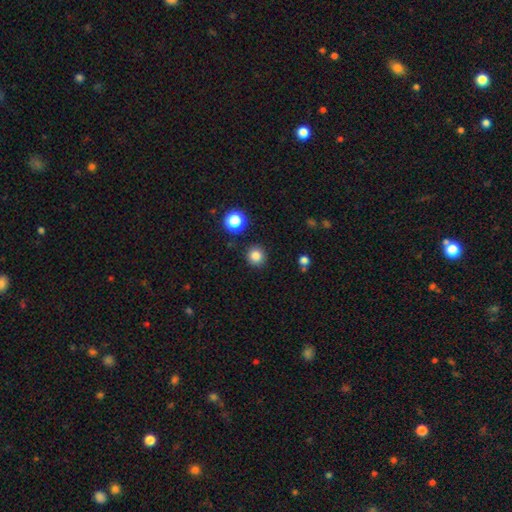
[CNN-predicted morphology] Smooth or featured? smooth (83%)
How rounded? round (93%)
Merging? none (90%)